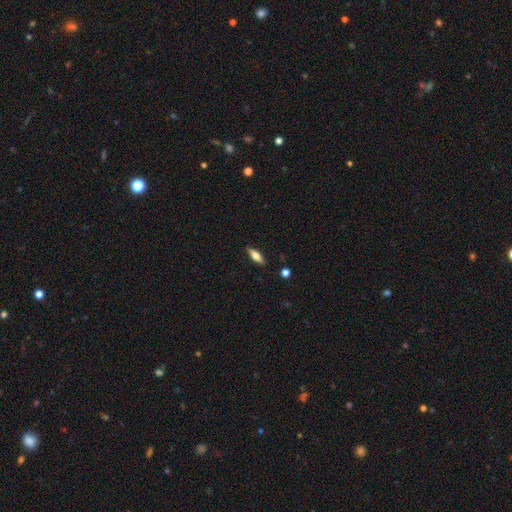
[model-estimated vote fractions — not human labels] Overall: smooth (59%; featured or disk 34%). How rounded: in between (52%; cigar-shaped 45%). Merging: none (88%).